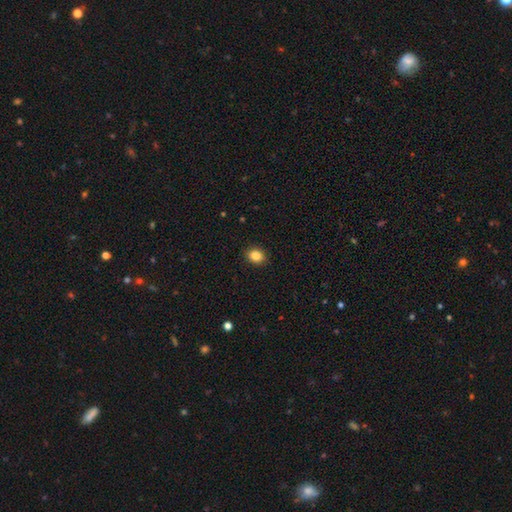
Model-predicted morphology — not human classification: smooth_or_featured: smooth (p=0.85) [alt: star or artifact p=0.10]
how_rounded: round (p=0.50) [alt: in between p=0.49]
merging: none (p=0.90) [alt: minor disturbance p=0.07]